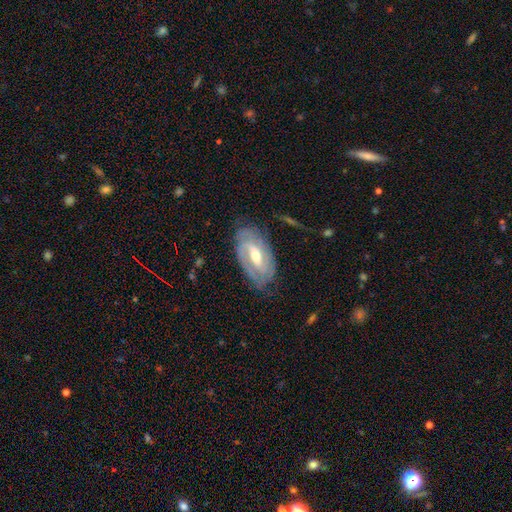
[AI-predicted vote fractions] This is clearly a featured or disk galaxy (83%). It is clearly not viewed edge-on (93%). Bar: marginally weak (45%). Spiral arm pattern: clearly yes (90%). Spiral arm count: possibly 2 (57%). Spiral winding: possibly tight (58%). Central bulge: likely moderate (64%). Merging: likely none (73%).